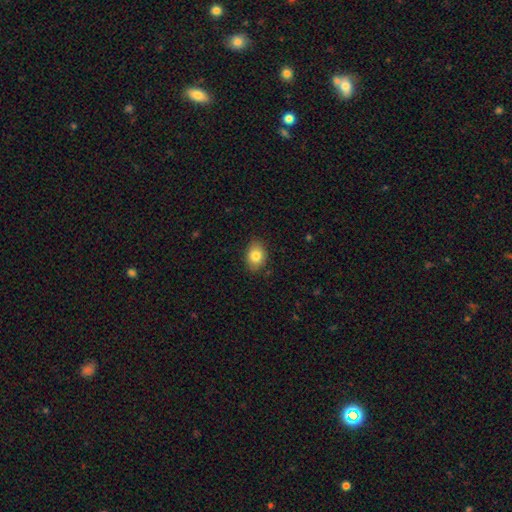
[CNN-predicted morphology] A smooth galaxy with no disk features (83%) that is in between round and cigar-shaped (68%).

Vote fractions:
- Smooth or featured? smooth: 83% / star or artifact: 9% / featured or disk: 8%
- How rounded? in between: 68% / round: 31% / cigar-shaped: 1%
- Merging? none: 84% / minor disturbance: 12% / major disturbance: 2% / merger: 1%